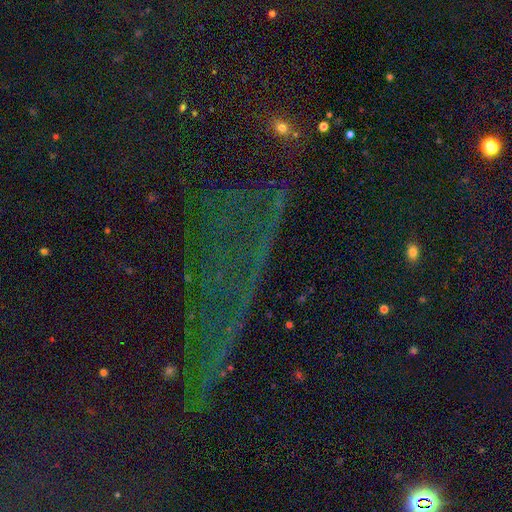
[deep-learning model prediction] A star or artifact, not a galaxy (78%).

Vote fractions:
- Smooth or featured? star or artifact: 78% / smooth: 11% / featured or disk: 11%